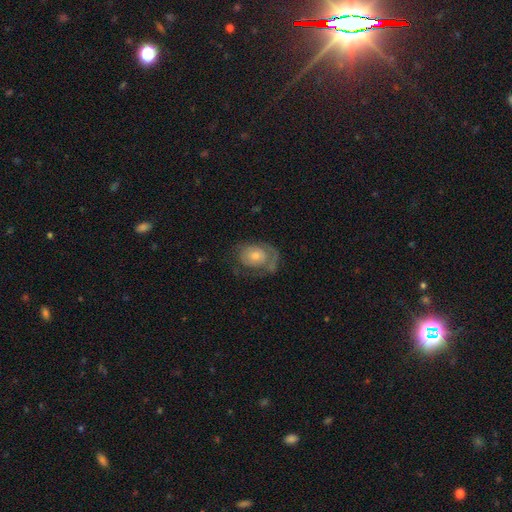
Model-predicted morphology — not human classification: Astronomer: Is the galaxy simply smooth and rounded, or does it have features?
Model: featured or disk — 59%.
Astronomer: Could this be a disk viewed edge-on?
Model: no — 96%.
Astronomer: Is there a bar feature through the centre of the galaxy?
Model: no — 82%.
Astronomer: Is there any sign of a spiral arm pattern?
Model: yes — 67%.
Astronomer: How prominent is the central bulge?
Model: moderate — 49% (runner-up: small, 40%).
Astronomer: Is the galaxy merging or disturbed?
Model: none — 52%.